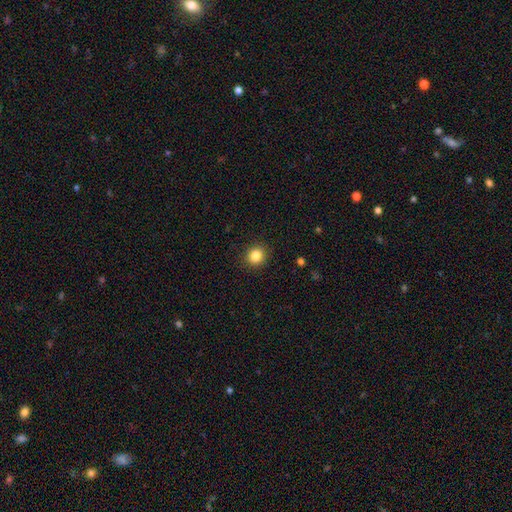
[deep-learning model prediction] Smooth or featured? Predicted: smooth (p=0.85). How rounded? Predicted: round (p=0.82). Merging? Predicted: none (p=0.91).